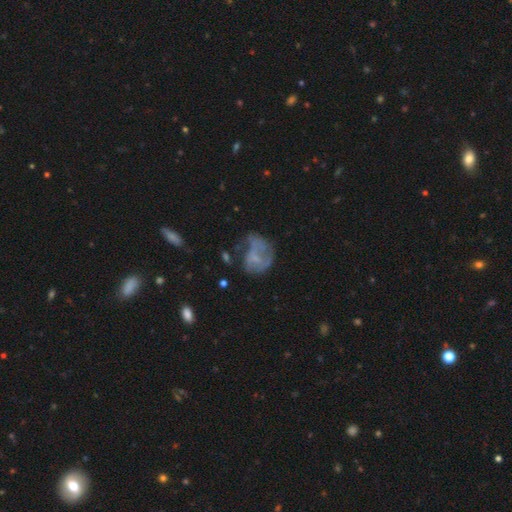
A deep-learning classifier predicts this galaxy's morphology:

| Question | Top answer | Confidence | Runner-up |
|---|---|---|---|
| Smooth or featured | featured or disk | 49% | smooth (37%) |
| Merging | major disturbance | 38% | none (32%) |